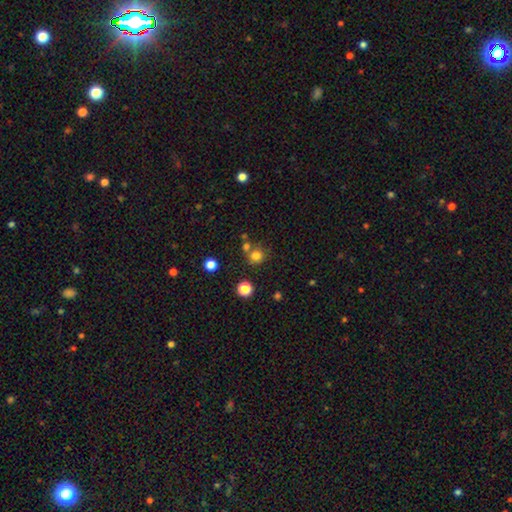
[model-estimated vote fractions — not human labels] Smooth or featured?
  - smooth: 77% *
  - star or artifact: 16%
  - featured or disk: 7%
How rounded?
  - round: 90% *
  - in between: 9%
  - cigar-shaped: 1%
Merging?
  - none: 68% *
  - merger: 20%
  - minor disturbance: 8%
  - major disturbance: 3%